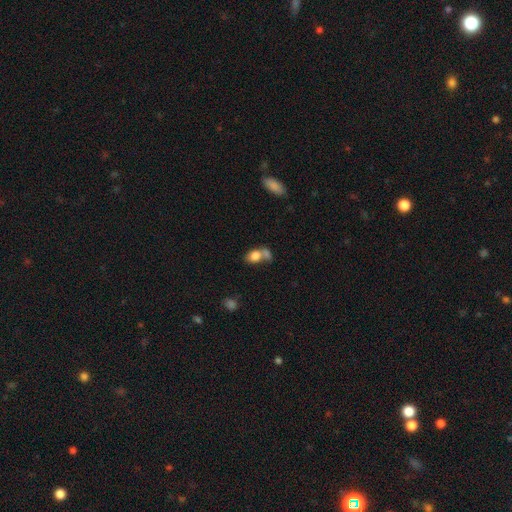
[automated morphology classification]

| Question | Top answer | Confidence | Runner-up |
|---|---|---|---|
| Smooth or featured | smooth | 79% | featured or disk (12%) |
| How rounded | in between | 72% | round (26%) |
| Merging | merger | 54% | none (29%) |